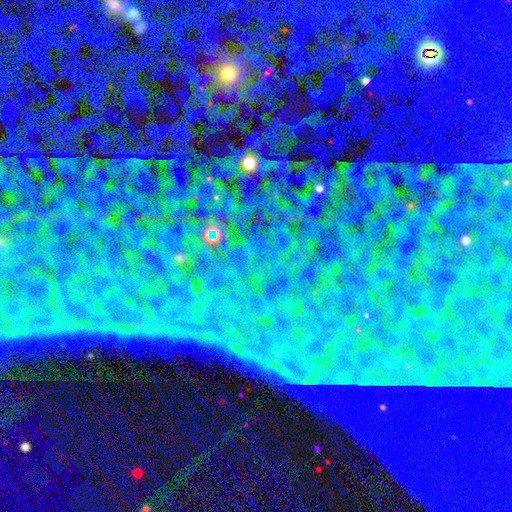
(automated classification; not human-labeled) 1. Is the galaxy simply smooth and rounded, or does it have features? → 85% star or artifact, 8% featured or disk, 7% smooth.